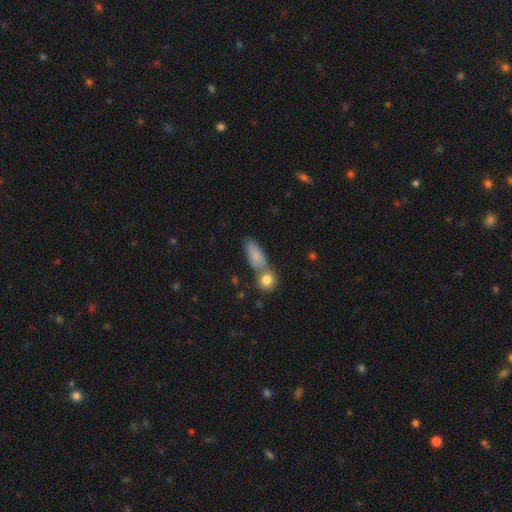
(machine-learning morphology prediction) Smooth or featured? Predicted: smooth (p=0.82). How rounded? Predicted: in between (p=0.74). Merging? Predicted: none (p=0.46).